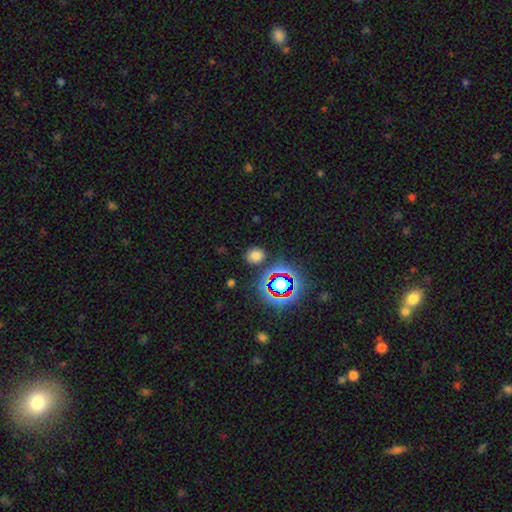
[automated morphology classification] smooth_or_featured: smooth (p=0.70) [alt: star or artifact p=0.23]
how_rounded: round (p=0.63) [alt: in between p=0.35]
merging: none (p=0.84) [alt: minor disturbance p=0.10]